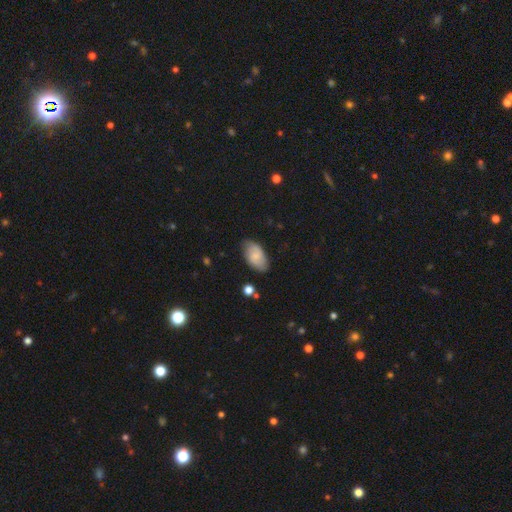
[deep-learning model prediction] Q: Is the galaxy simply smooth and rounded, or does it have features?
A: smooth — 74%.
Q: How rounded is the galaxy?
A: in between — 94%.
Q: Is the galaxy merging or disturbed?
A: none — 78%.